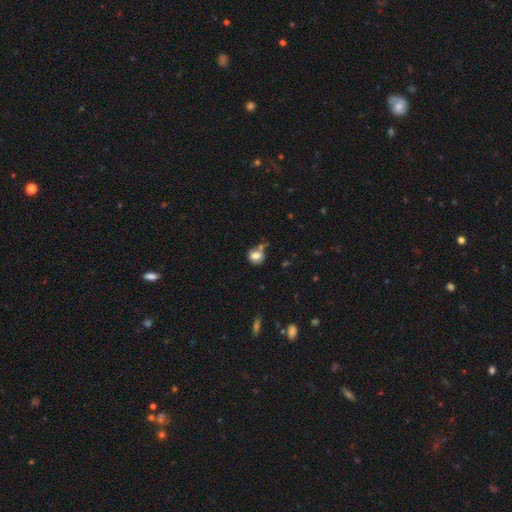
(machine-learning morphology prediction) smooth_or_featured: smooth (p=0.77) [alt: featured or disk p=0.13]
how_rounded: round (p=0.72) [alt: in between p=0.27]
merging: none (p=0.52) [alt: merger p=0.21]